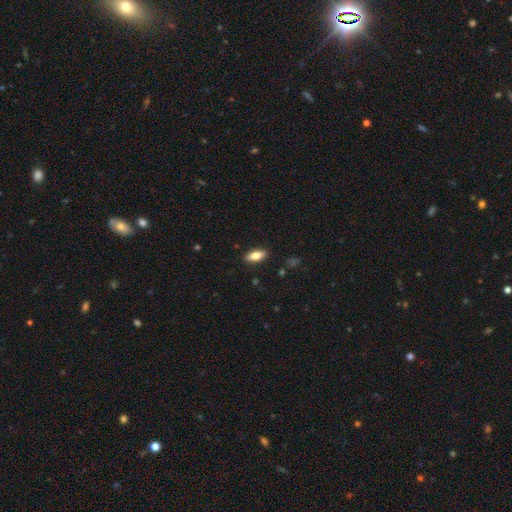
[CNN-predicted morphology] smooth 80%, featured or disk 13%, star or artifact 7%. Down the decision tree: how rounded — in between (84%); merging — none (88%).